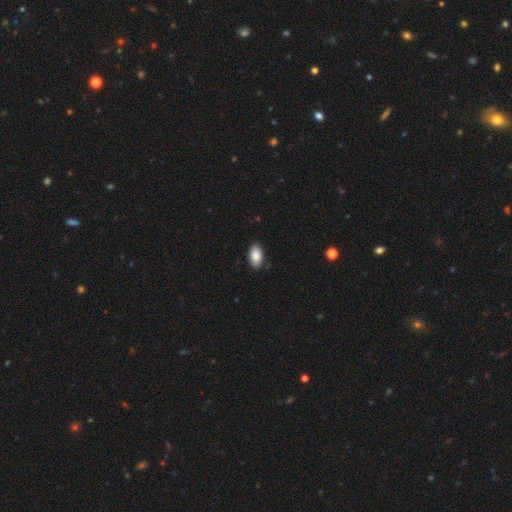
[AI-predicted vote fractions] This is clearly a smooth galaxy (89%). How rounded: clearly in between (94%). Merging: clearly none (85%).